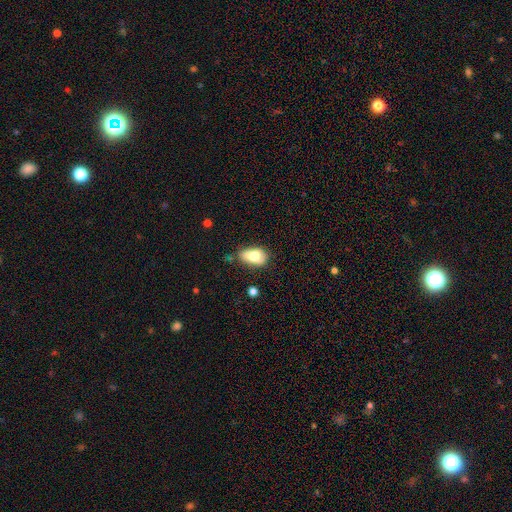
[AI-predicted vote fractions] Q: Smooth or featured?
A: smooth (73%); runner-up: featured or disk (19%)
Q: How rounded?
A: in between (89%); runner-up: round (9%)
Q: Merging?
A: none (44%); runner-up: minor disturbance (38%)